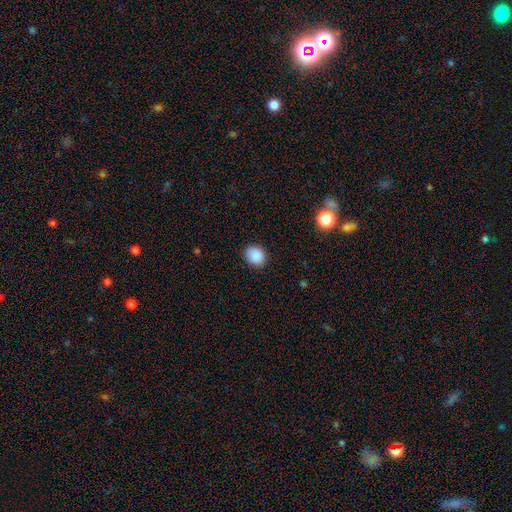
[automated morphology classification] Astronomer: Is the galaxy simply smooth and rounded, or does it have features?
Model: smooth — 89%.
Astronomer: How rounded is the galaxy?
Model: round — 63%.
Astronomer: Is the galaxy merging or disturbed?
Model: none — 87%.